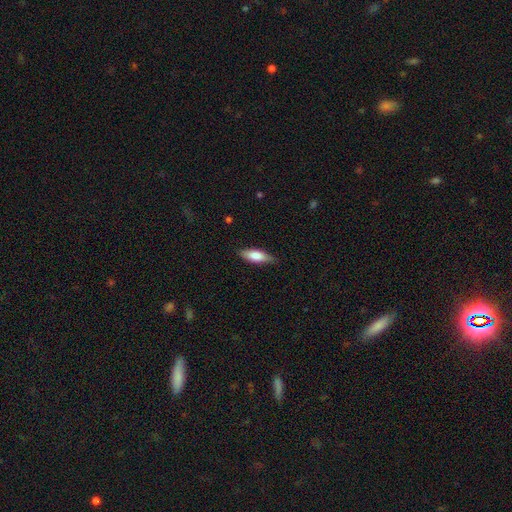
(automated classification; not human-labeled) Overall: smooth (74%). How rounded: in between (62%; cigar-shaped 36%). Merging: none (81%).